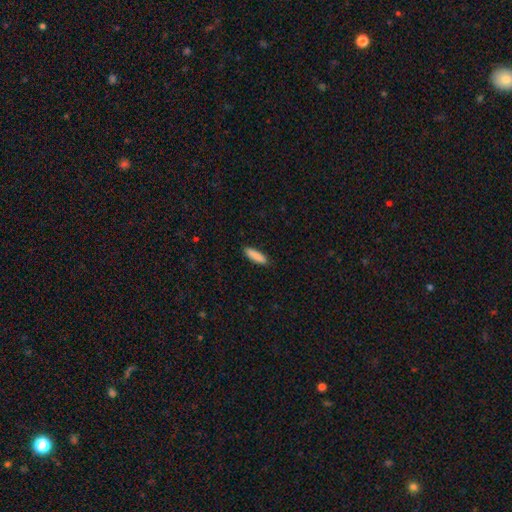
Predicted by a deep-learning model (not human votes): Smooth or featured: smooth — 89% (star or artifact — 6%)
How rounded: cigar-shaped — 63% (in between — 35%)
Merging: none — 89% (minor disturbance — 8%)